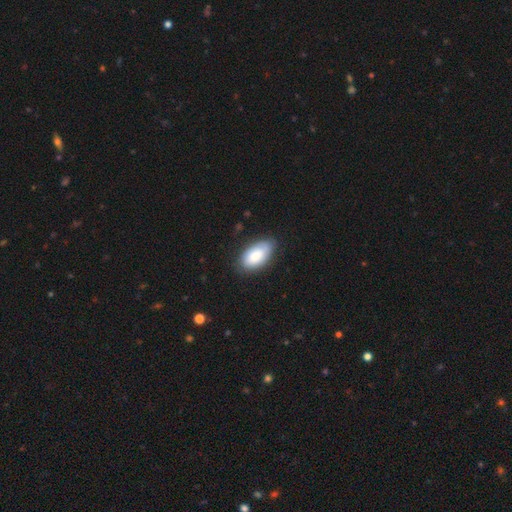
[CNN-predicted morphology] Smooth or featured?
  - smooth: 78% *
  - featured or disk: 16%
  - star or artifact: 6%
How rounded?
  - in between: 95% *
  - round: 3%
  - cigar-shaped: 2%
Merging?
  - none: 77% *
  - minor disturbance: 18%
  - major disturbance: 4%
  - merger: 1%